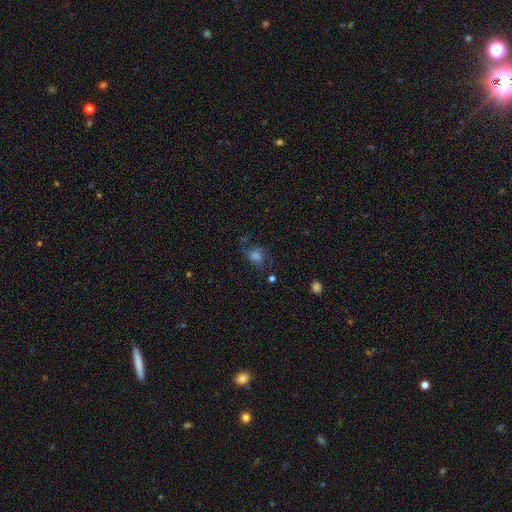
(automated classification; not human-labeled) Smooth or featured? smooth (49%)
Merging? none (54%)